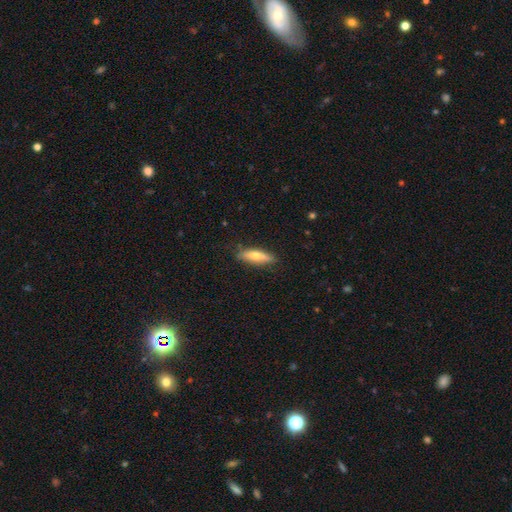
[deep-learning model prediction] This is possibly a smooth galaxy (56%). How rounded: likely cigar-shaped (68%). Merging: clearly none (83%).